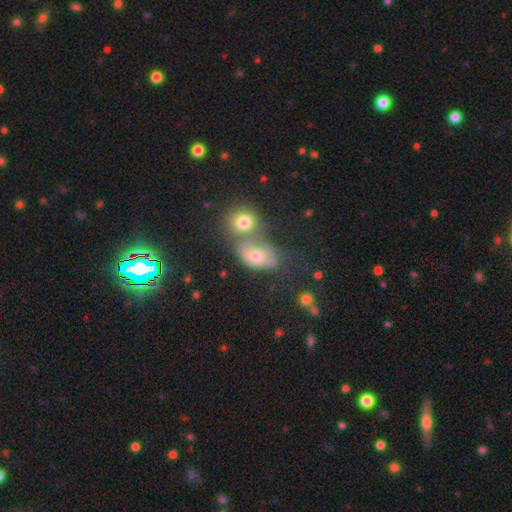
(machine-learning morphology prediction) The model was most divided on "merging": merger: 44%, none: 32%, minor disturbance: 15%, major disturbance: 10%. More confident: how rounded — in between (74%); smooth or featured — smooth (55%).